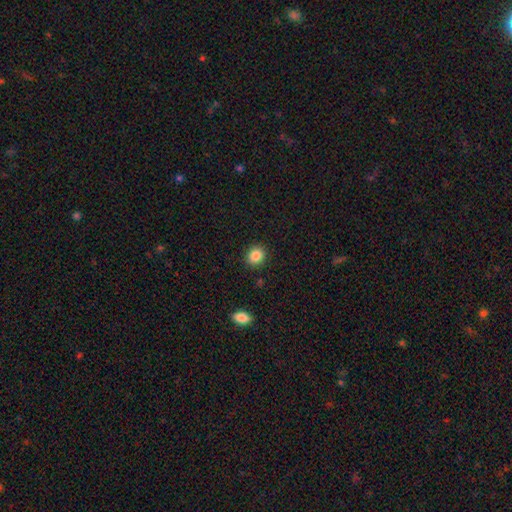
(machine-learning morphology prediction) smooth 86%, star or artifact 10%, featured or disk 4%. Down the decision tree: how rounded — round (71%); merging — none (89%).